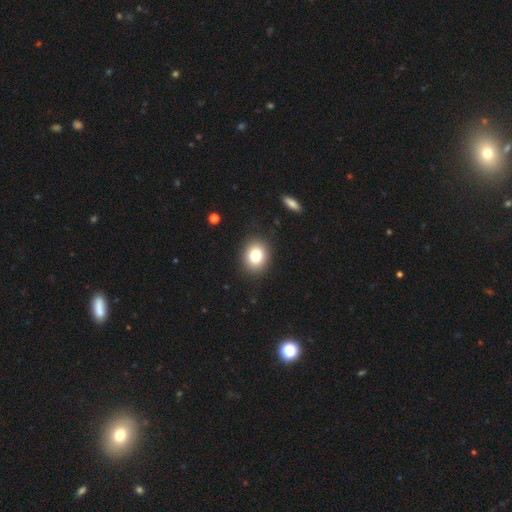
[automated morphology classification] This is likely a smooth galaxy (80%). How rounded: possibly round (57%). Merging: clearly none (89%).